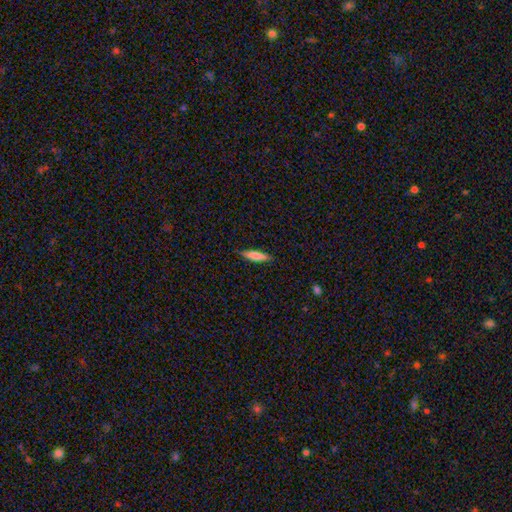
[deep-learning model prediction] Smooth or featured?
  - smooth: 73% *
  - featured or disk: 21%
  - star or artifact: 6%
How rounded?
  - cigar-shaped: 78% *
  - in between: 21%
  - round: 1%
Merging?
  - none: 85% *
  - minor disturbance: 12%
  - major disturbance: 2%
  - merger: 1%